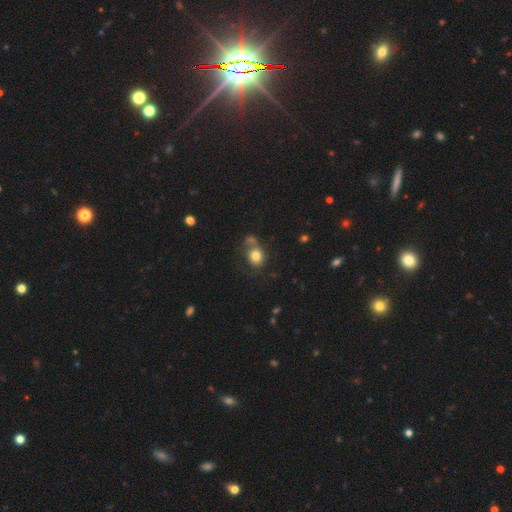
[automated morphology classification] Smooth or featured? Predicted: smooth (p=0.79). How rounded? Predicted: round (p=0.68). Merging? Predicted: none (p=0.55).